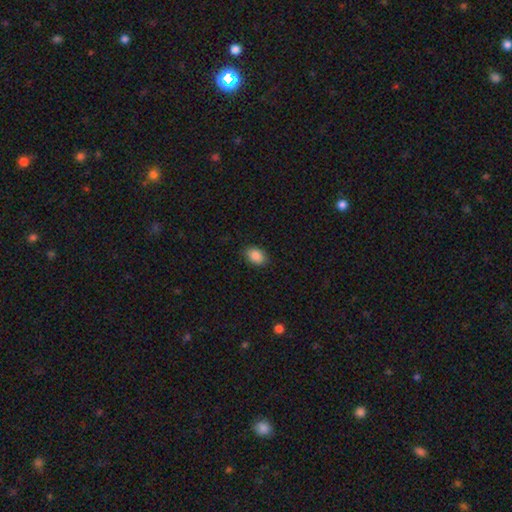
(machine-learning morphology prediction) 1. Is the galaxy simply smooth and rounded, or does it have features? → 88% smooth, 8% star or artifact, 4% featured or disk.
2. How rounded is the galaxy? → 81% in between, 18% round, 1% cigar-shaped.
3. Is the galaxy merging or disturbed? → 87% none, 10% minor disturbance, 2% major disturbance, 1% merger.